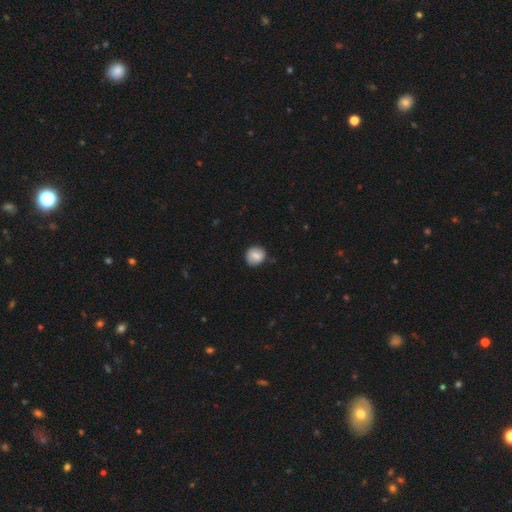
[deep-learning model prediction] Q: Smooth or featured?
A: smooth (78%); runner-up: featured or disk (14%)
Q: How rounded?
A: round (84%); runner-up: in between (15%)
Q: Merging?
A: none (82%); runner-up: minor disturbance (14%)